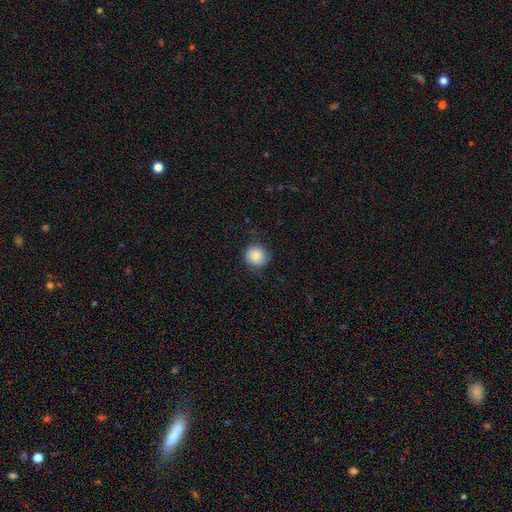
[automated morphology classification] Smooth or featured? smooth (84%)
How rounded? round (91%)
Merging? none (77%)